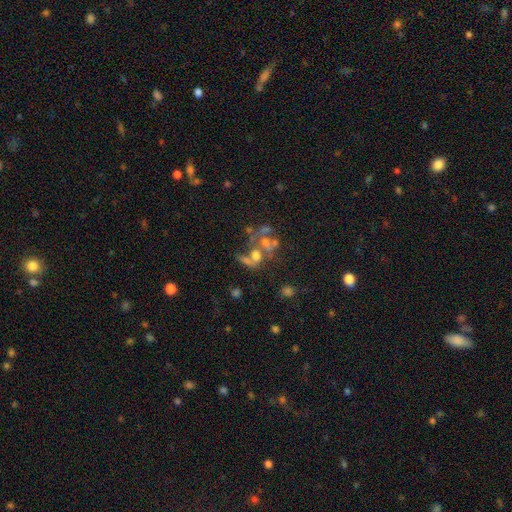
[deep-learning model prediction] smooth-or-featured: featured or disk: 42% | smooth: 37% | star or artifact: 21%
  merging: merger: 46% | none: 25% | major disturbance: 20% | minor disturbance: 10%